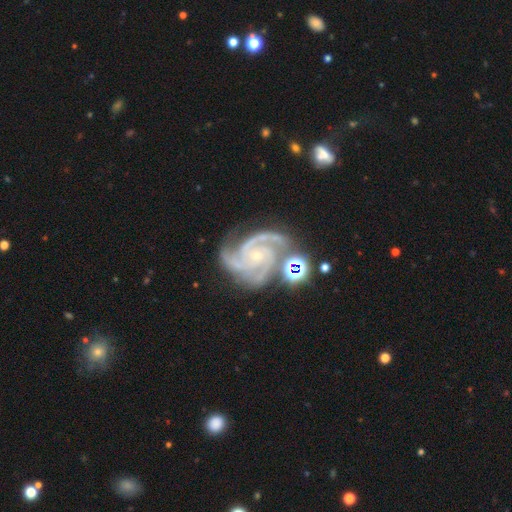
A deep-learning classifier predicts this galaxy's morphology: A featured or disk galaxy (93%) with no bar (69%), 3 (58%) tight (56%) spiral arms (99%) and a small central bulge (80%). Merging: none (66%).